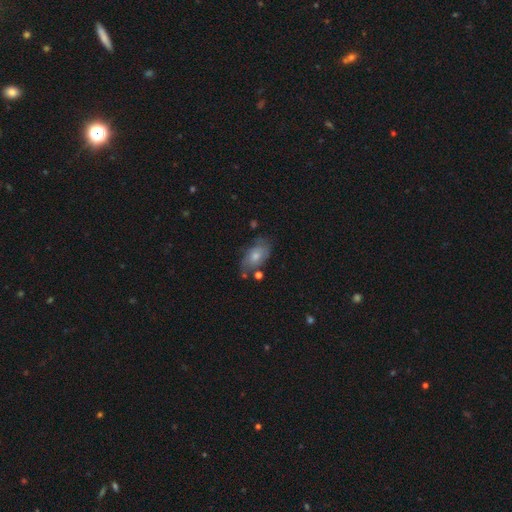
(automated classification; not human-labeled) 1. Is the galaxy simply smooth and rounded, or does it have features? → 59% smooth, 34% featured or disk, 8% star or artifact.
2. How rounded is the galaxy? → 90% in between, 7% round, 3% cigar-shaped.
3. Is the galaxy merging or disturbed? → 55% none, 27% minor disturbance, 11% major disturbance, 7% merger.